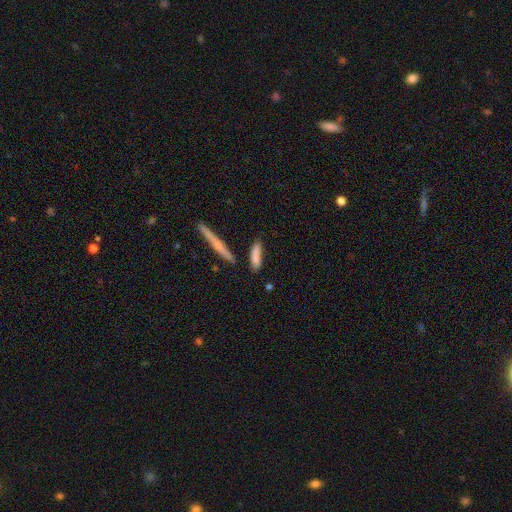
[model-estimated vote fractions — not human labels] This is likely a smooth galaxy (79%). How rounded: likely cigar-shaped (63%). Merging: likely none (70%).